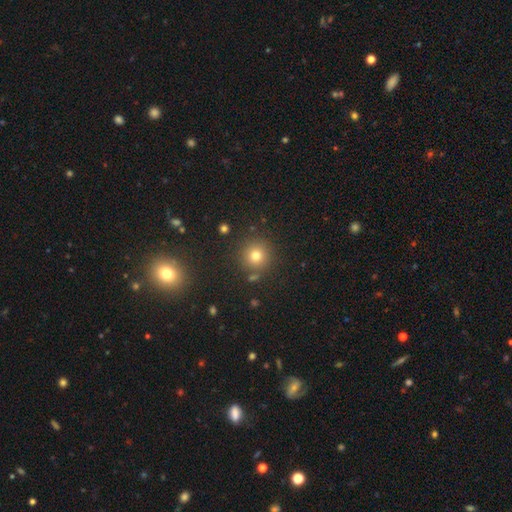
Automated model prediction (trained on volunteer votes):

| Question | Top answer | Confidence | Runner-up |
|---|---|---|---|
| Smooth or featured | smooth | 76% | star or artifact (16%) |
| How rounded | round | 94% | in between (5%) |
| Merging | none | 86% | minor disturbance (7%) |